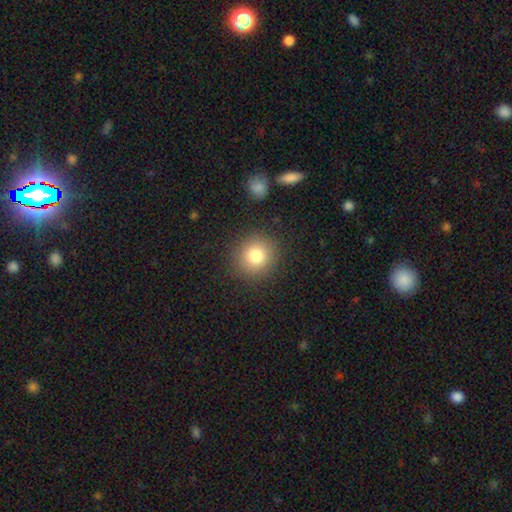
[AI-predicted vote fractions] This appears to be a smooth galaxy with no disk features (80%) that is round (90%). Merging: none (88%).